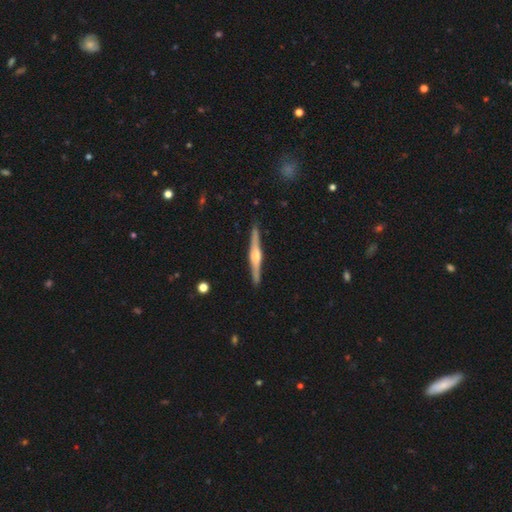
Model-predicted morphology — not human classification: Overall: featured or disk (80%). Edge-on disk: yes (98%). Edge-on bulge: rounded (82%). Merging: none (91%).